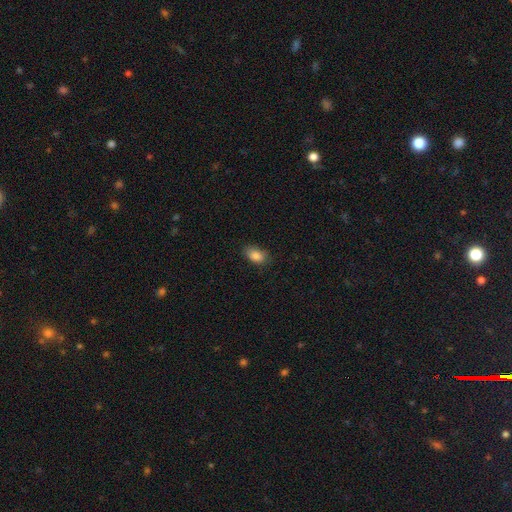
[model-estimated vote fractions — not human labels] Morphology: type=smooth (87%); roundness=in between (89%); merging=none (80%).